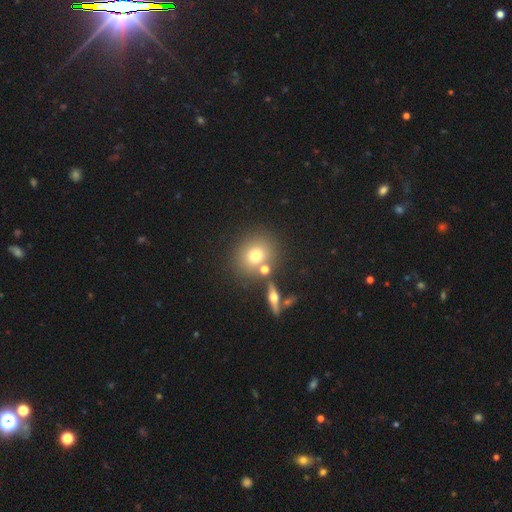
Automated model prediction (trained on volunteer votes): The model was most divided on "smooth or featured": smooth: 69%, featured or disk: 18%, star or artifact: 12%. More confident: how rounded — round (84%); merging — none (70%).